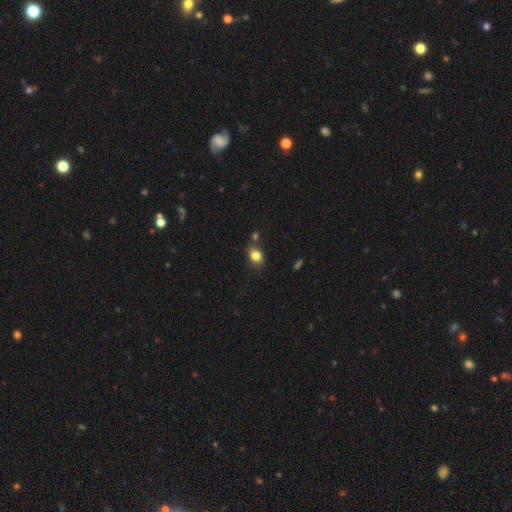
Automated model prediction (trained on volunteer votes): The model was most divided on "how rounded": in between: 58%, round: 41%, cigar-shaped: 1%. More confident: smooth or featured — smooth (83%); merging — none (71%).